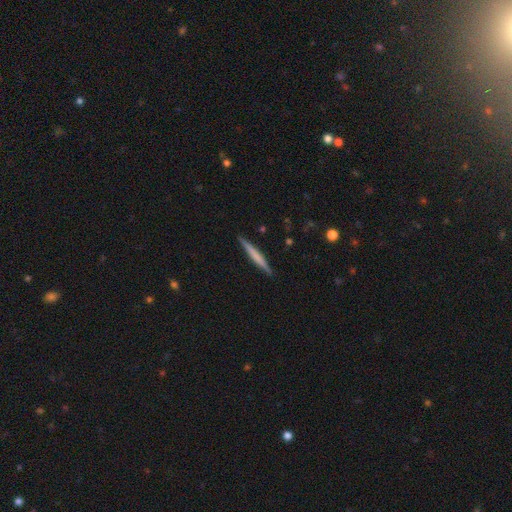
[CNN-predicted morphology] This appears to be a smooth galaxy with no disk features (53%) that is cigar-shaped (96%). Merging: none (90%).